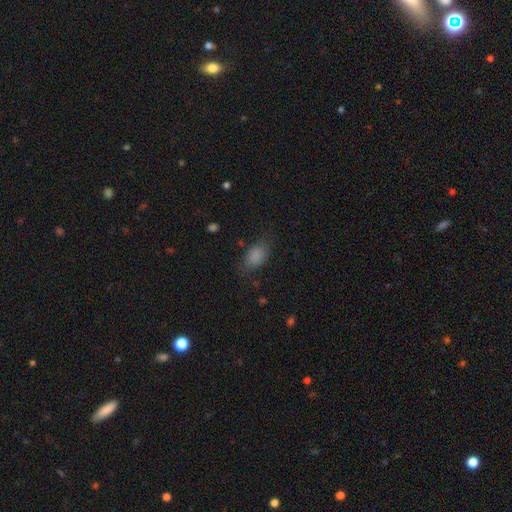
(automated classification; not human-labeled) Overall: smooth (84%). How rounded: in between (88%). Merging: none (67%).